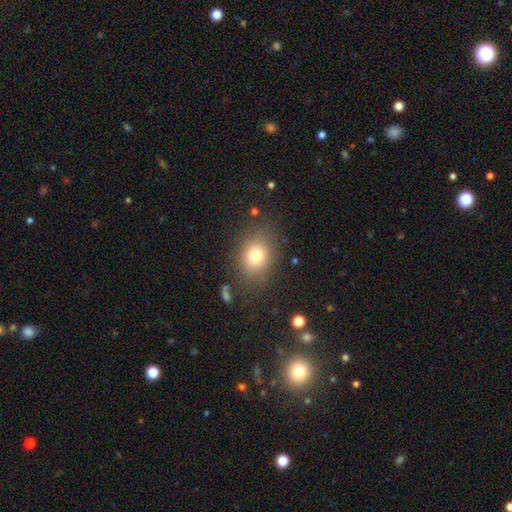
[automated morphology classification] A smooth galaxy with no disk features (79%) that is in between round and cigar-shaped (60%).

Vote fractions:
- Smooth or featured? smooth: 79% / star or artifact: 11% / featured or disk: 10%
- How rounded? in between: 60% / round: 39% / cigar-shaped: 1%
- Merging? none: 80% / minor disturbance: 12% / major disturbance: 5% / merger: 2%